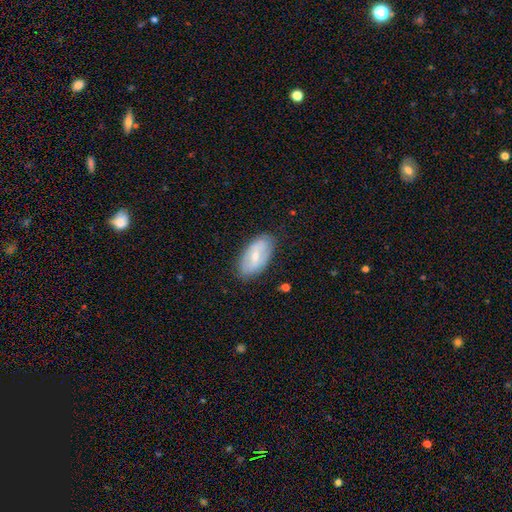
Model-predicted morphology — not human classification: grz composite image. It shows a smooth galaxy with no disk features (47%, tied with featured or disk). Merging: none (82%).